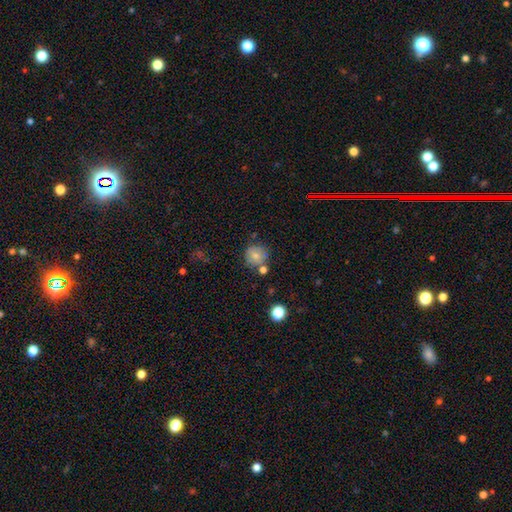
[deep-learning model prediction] Overall: smooth (75%). How rounded: round (89%). Merging: none (69%).